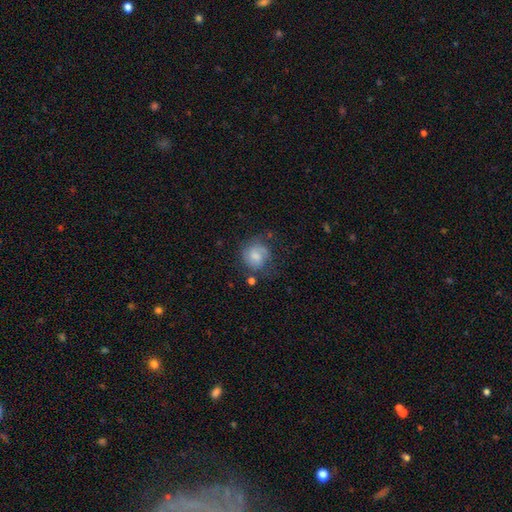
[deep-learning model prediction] A smooth galaxy with no disk features (64%) that is round (79%). Merging: none (55%).